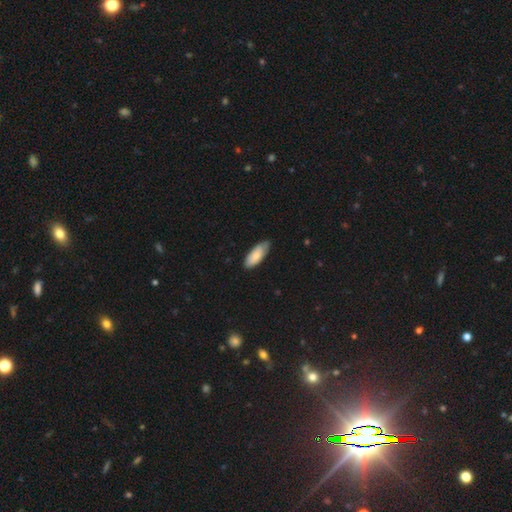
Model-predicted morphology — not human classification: This is likely a smooth galaxy (80%). How rounded: clearly in between (81%). Merging: likely none (79%).